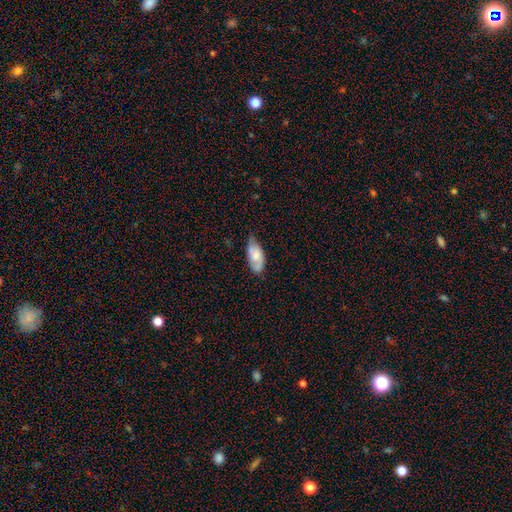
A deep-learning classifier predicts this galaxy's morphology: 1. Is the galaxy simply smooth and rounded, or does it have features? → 58% smooth, 35% featured or disk, 6% star or artifact.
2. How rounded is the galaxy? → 90% in between, 7% cigar-shaped, 3% round.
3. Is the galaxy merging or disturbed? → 54% none, 36% minor disturbance, 8% major disturbance, 2% merger.